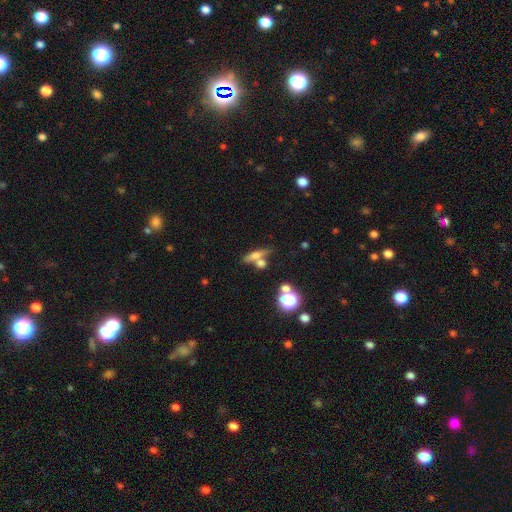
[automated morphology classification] Smooth or featured?
  - smooth: 48% *
  - featured or disk: 38%
  - star or artifact: 14%
Merging?
  - none: 55% *
  - merger: 29%
  - minor disturbance: 11%
  - major disturbance: 5%